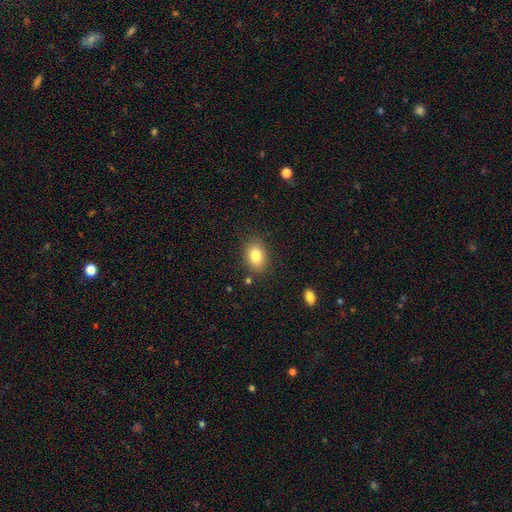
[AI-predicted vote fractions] Smooth or featured? Predicted: smooth (p=0.83). How rounded? Predicted: in between (p=0.77). Merging? Predicted: none (p=0.84).